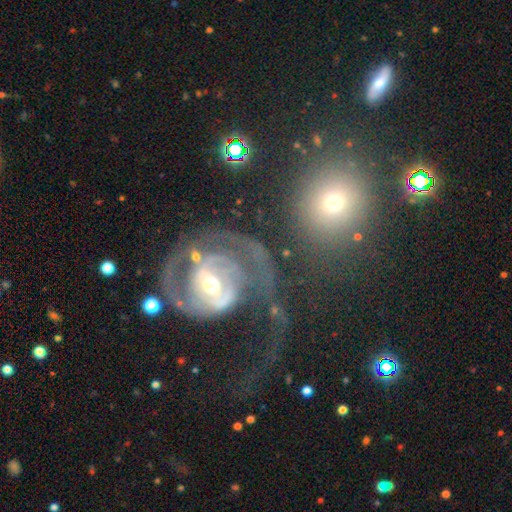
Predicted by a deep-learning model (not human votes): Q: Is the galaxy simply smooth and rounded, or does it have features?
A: featured or disk — 83%.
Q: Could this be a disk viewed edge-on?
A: no — 97%.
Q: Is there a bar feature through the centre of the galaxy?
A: no — 43%.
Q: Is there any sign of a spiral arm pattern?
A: yes — 86%.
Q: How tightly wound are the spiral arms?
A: tight — 38%, tied with medium.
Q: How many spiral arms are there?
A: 2 — 48%.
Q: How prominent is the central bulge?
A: moderate — 57%.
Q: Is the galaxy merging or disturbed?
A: major disturbance — 50%.